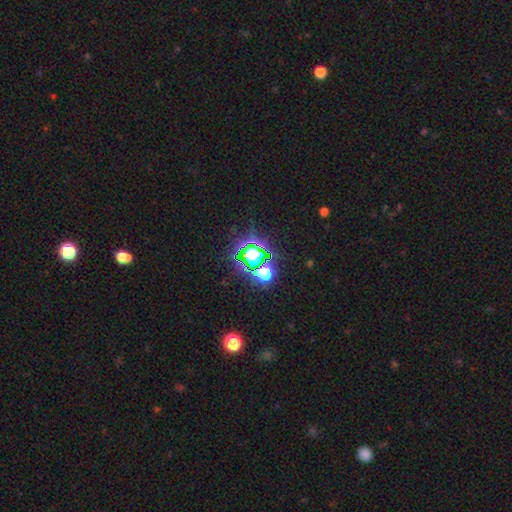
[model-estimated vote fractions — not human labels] smooth-or-featured: star or artifact: 71% | smooth: 20% | featured or disk: 9%